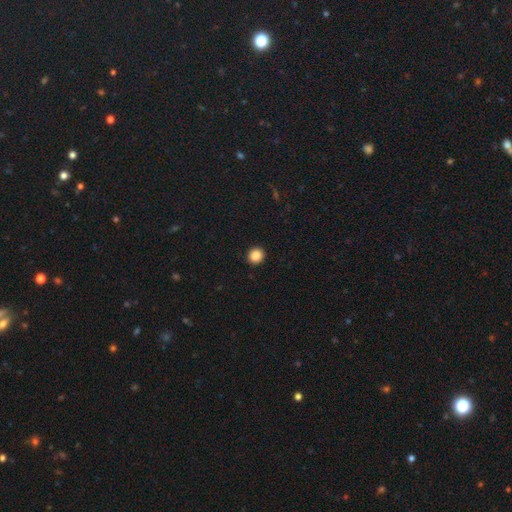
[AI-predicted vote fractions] This appears to be a smooth galaxy with no disk features (87%) that is round (90%). Merging: none (93%).